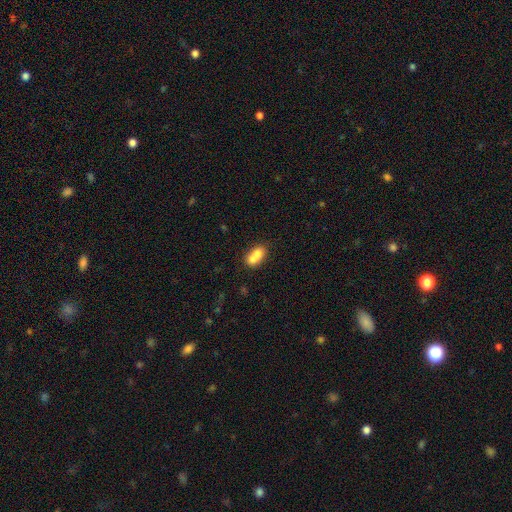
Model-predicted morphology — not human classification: Smooth or featured: smooth — 70% (featured or disk — 21%)
How rounded: in between — 60% (round — 38%)
Merging: merger — 67% (none — 23%)